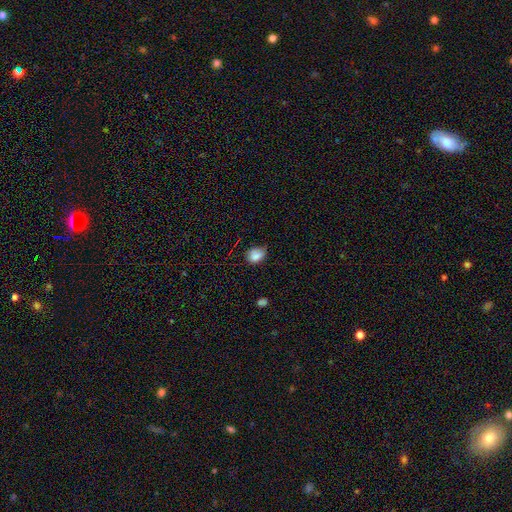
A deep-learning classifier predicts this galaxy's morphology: Smooth or featured? smooth (82%)
How rounded? in between (54%)
Merging? none (55%)